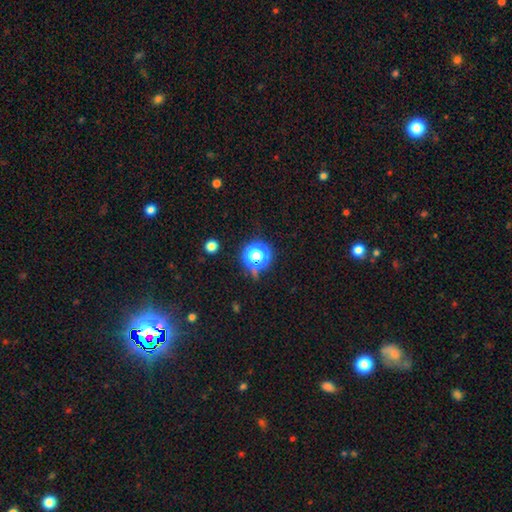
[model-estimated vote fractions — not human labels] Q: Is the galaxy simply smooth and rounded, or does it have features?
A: smooth — 49%.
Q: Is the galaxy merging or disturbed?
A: none — 72%.